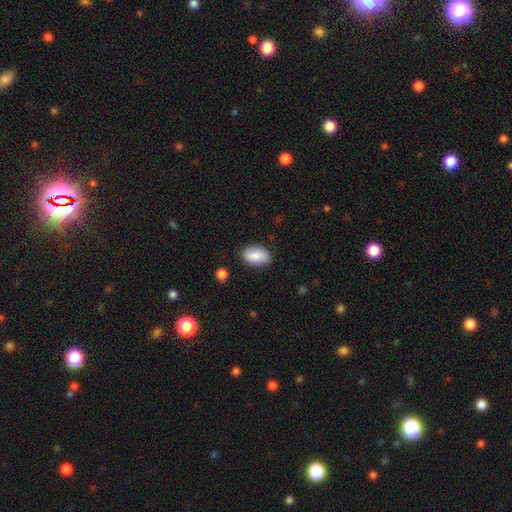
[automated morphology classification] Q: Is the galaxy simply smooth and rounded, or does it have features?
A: smooth — 88%.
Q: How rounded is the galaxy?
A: in between — 92%.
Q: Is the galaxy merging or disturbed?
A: none — 83%.